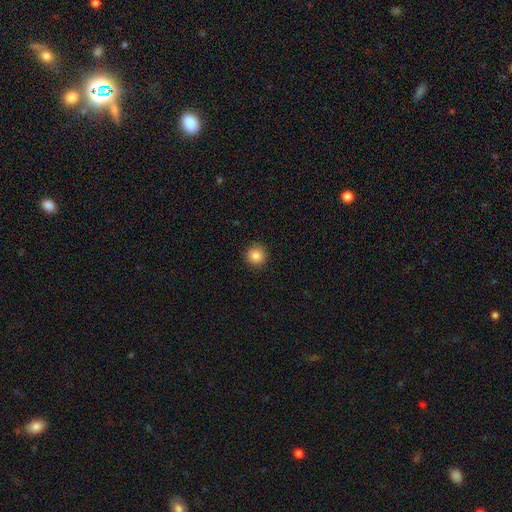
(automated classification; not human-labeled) A smooth galaxy with no disk features (85%) that is round (94%). Merging: none (92%).